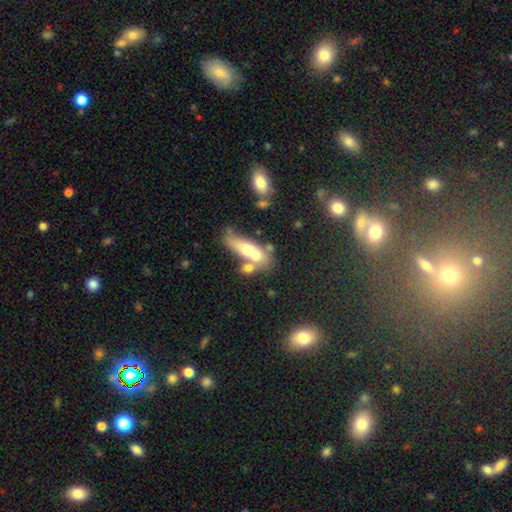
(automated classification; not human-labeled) Smooth or featured? smooth (53%)
How rounded? in between (63%)
Merging? merger (54%)